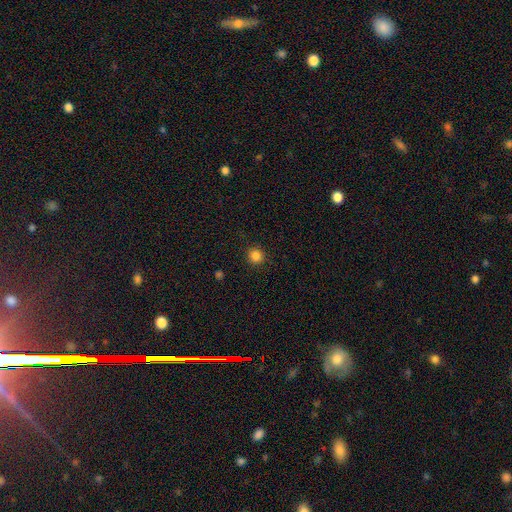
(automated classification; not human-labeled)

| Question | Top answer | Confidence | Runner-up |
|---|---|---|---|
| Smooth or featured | smooth | 85% | star or artifact (12%) |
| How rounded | round | 92% | in between (7%) |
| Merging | none | 91% | minor disturbance (6%) |